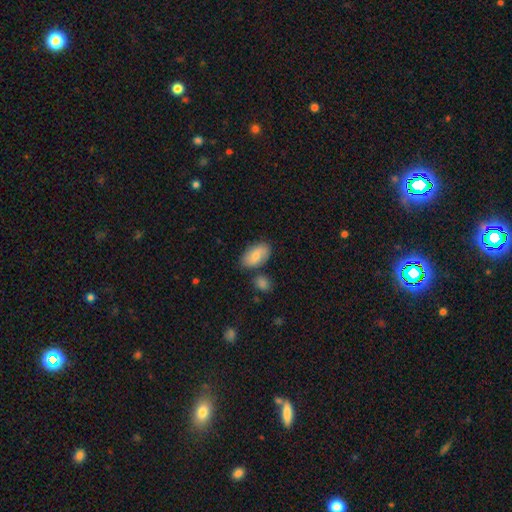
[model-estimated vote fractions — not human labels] Smooth or featured?
  - smooth: 69% *
  - featured or disk: 24%
  - star or artifact: 6%
How rounded?
  - in between: 93% *
  - round: 5%
  - cigar-shaped: 2%
Merging?
  - none: 73% *
  - minor disturbance: 16%
  - merger: 8%
  - major disturbance: 4%